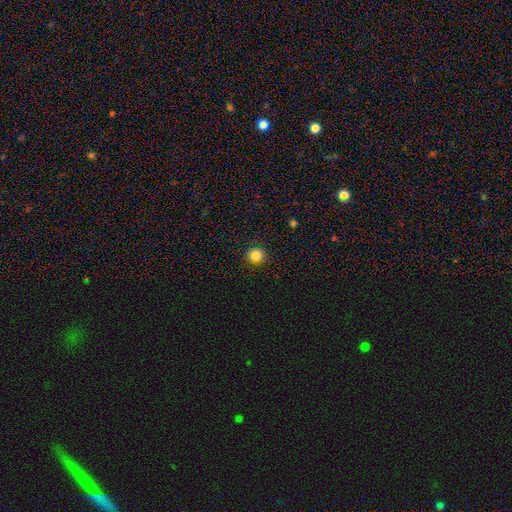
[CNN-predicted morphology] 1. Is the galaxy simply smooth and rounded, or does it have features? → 83% smooth, 12% star or artifact, 5% featured or disk.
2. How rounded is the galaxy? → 93% round, 6% in between, 1% cigar-shaped.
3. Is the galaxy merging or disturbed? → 91% none, 6% minor disturbance, 2% major disturbance, 1% merger.